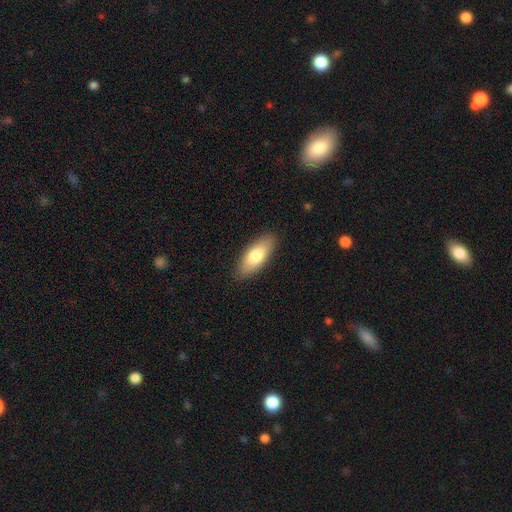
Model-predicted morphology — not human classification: smooth-or-featured: smooth: 77% | featured or disk: 18% | star or artifact: 6%
  how-rounded: in between: 80% | cigar-shaped: 18% | round: 2%
  merging: none: 88% | minor disturbance: 9% | major disturbance: 2% | merger: 1%